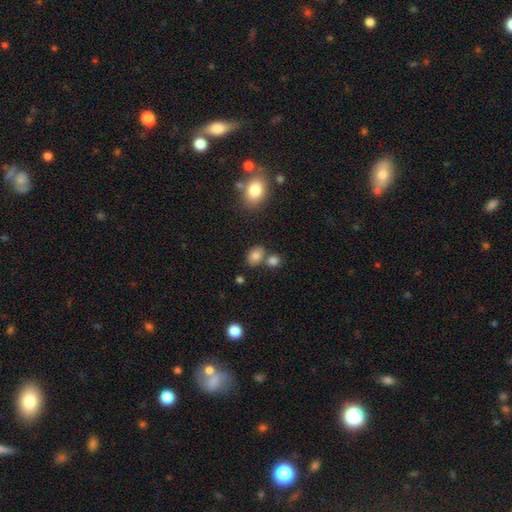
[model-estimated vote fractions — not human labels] Overall: smooth (81%). How rounded: in between (60%; round 39%). Merging: none (60%; merger 22%).